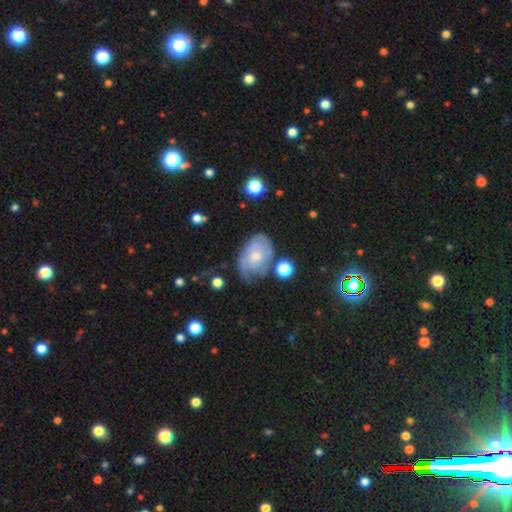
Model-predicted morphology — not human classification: smooth_or_featured: featured or disk (p=0.60) [alt: smooth p=0.33]
disk_edge_on: no (p=0.96) [alt: yes p=0.04]
bar: no (p=0.79) [alt: weak p=0.18]
has_spiral_arms: yes (p=0.73) [alt: no p=0.27]
bulge_size: small (p=0.48) [alt: moderate p=0.43]
merging: none (p=0.49) [alt: minor disturbance p=0.30]